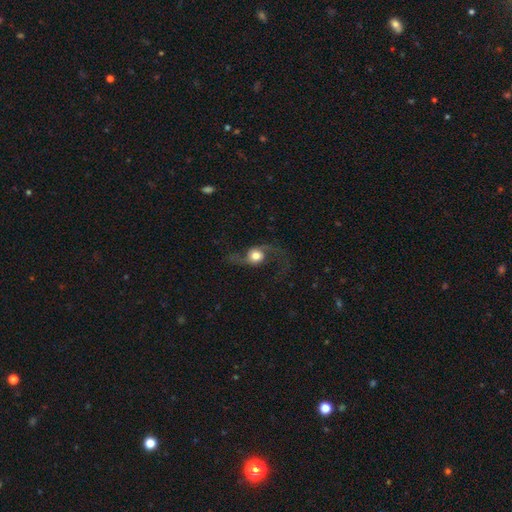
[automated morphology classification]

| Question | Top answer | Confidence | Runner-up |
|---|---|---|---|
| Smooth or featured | featured or disk | 62% | smooth (30%) |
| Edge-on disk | no | 90% | yes (10%) |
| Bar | no | 74% | weak (20%) |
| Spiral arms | yes | 86% | no (14%) |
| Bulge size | large | 40% | moderate (35%) |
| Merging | none | 52% | major disturbance (30%) |